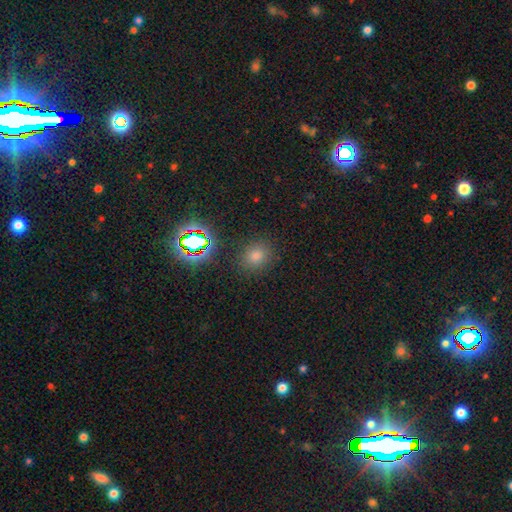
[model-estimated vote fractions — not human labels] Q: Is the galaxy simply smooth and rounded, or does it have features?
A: smooth — 68%.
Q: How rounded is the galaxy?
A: round — 75%.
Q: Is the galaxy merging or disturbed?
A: none — 88%.